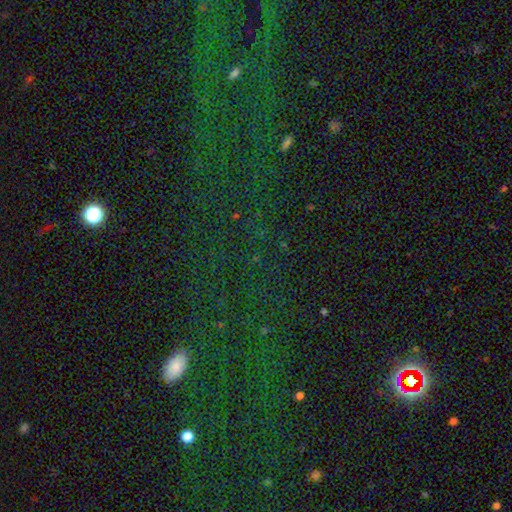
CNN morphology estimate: A star or artifact, not a galaxy (70%).